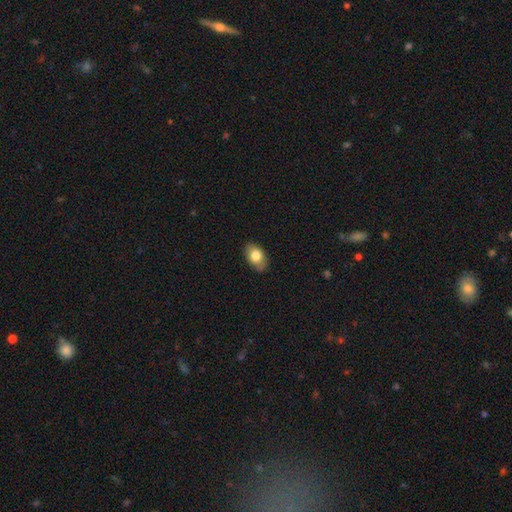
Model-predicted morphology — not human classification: A smooth galaxy with no disk features (79%) that is in between round and cigar-shaped (87%). Merging: none (81%).